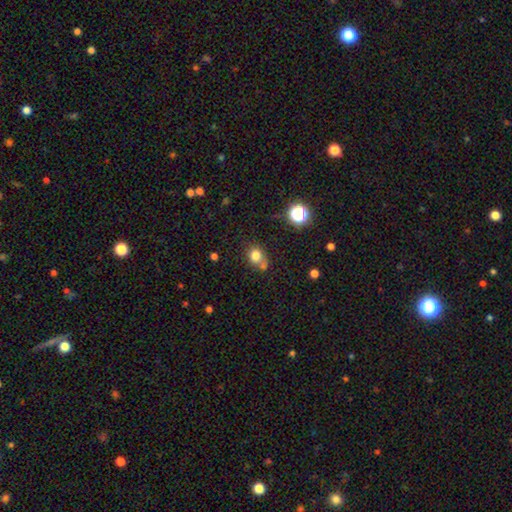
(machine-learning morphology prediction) Smooth or featured?
  - smooth: 77% *
  - star or artifact: 15%
  - featured or disk: 9%
How rounded?
  - round: 67% *
  - in between: 32%
  - cigar-shaped: 1%
Merging?
  - none: 55% *
  - merger: 22%
  - minor disturbance: 18%
  - major disturbance: 6%